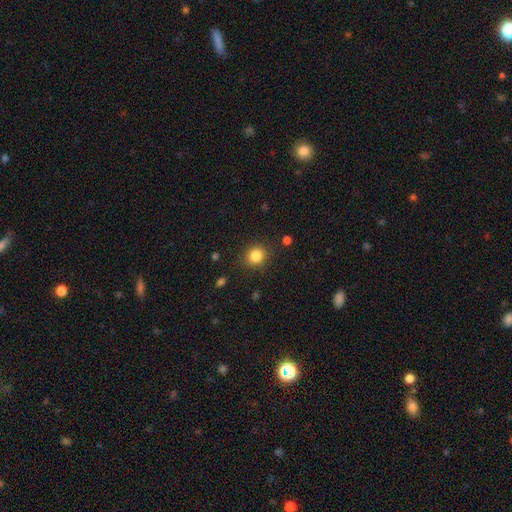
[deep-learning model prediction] smooth_or_featured: smooth (p=0.84) [alt: star or artifact p=0.11]
how_rounded: round (p=0.80) [alt: in between p=0.19]
merging: none (p=0.88) [alt: minor disturbance p=0.08]